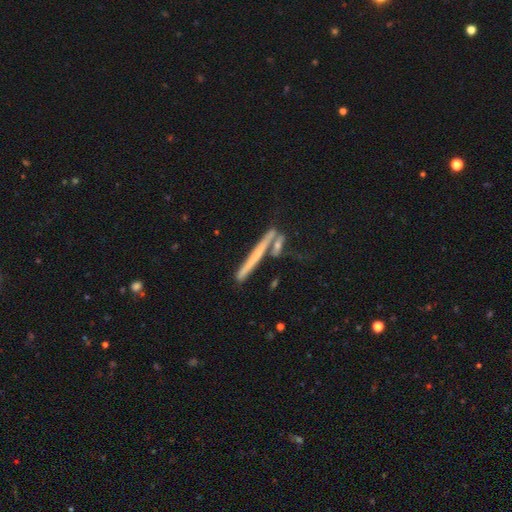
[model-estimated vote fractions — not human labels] This appears to be a featured or disk galaxy (54%) viewed edge-on (94%) with no central bulge (80%). Merging: none (68%).